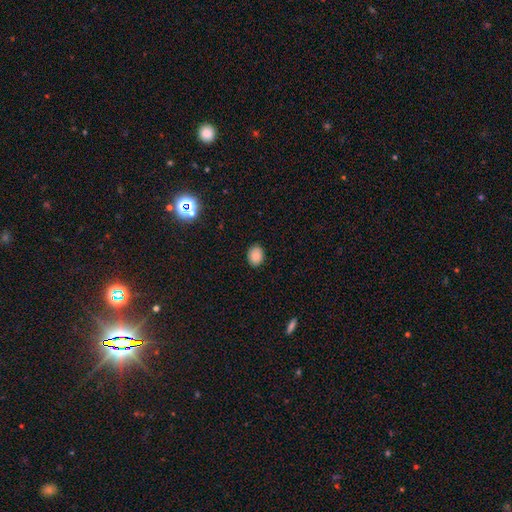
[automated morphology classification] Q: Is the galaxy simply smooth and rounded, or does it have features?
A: smooth — 87%.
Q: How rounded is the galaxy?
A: in between — 55%.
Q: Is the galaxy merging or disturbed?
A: none — 87%.